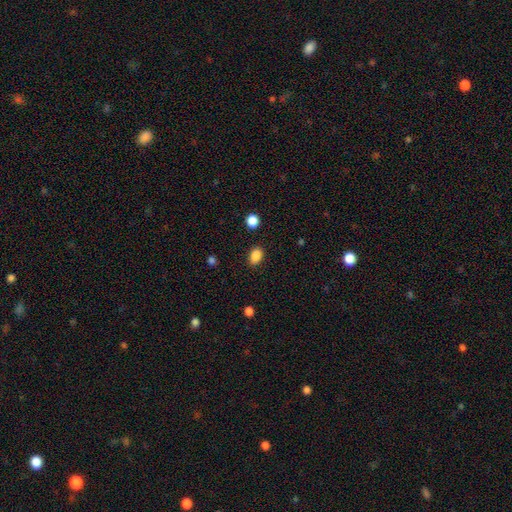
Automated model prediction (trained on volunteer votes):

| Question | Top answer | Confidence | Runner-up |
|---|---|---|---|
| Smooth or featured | smooth | 87% | star or artifact (10%) |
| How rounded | in between | 78% | round (20%) |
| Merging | none | 87% | minor disturbance (9%) |